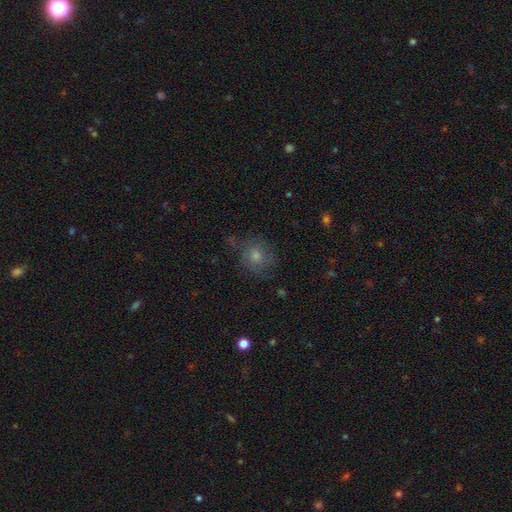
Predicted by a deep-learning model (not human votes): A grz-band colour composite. It shows a smooth galaxy with no disk features (54%) that is round (78%). Merging: none (72%).